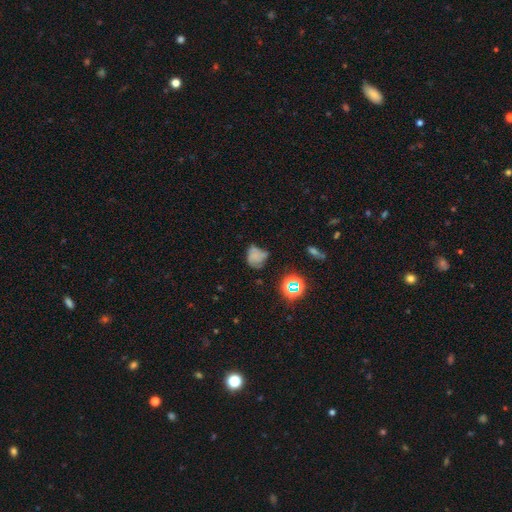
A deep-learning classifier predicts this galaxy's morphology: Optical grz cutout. It shows a smooth galaxy with no disk features (54%) that is round (56%). Merging: none (40%).